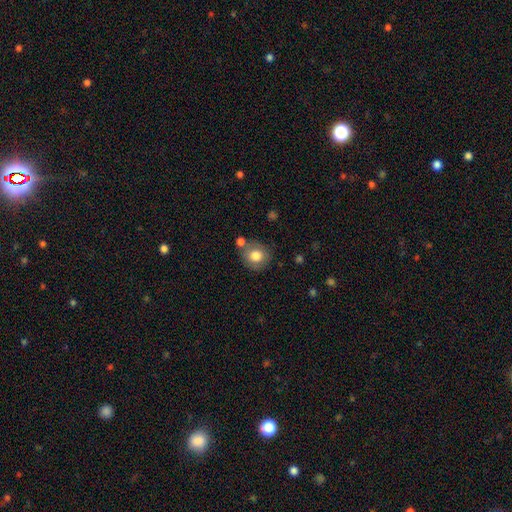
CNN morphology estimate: Smooth or featured? Predicted: smooth (p=0.77). How rounded? Predicted: round (p=0.81). Merging? Predicted: none (p=0.69).